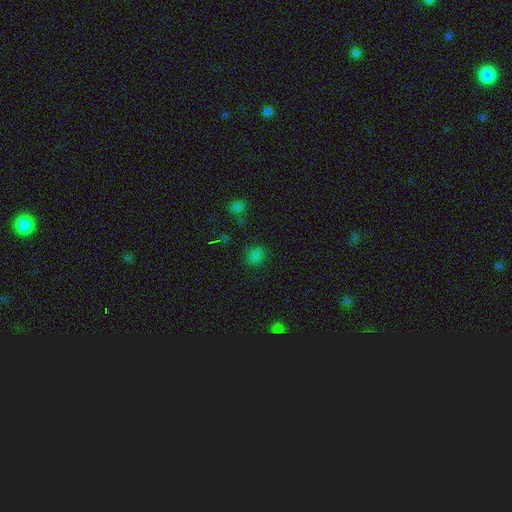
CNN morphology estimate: smooth_or_featured: smooth (p=0.76) [alt: star or artifact p=0.19]
how_rounded: round (p=0.64) [alt: in between p=0.35]
merging: none (p=0.80) [alt: minor disturbance p=0.13]